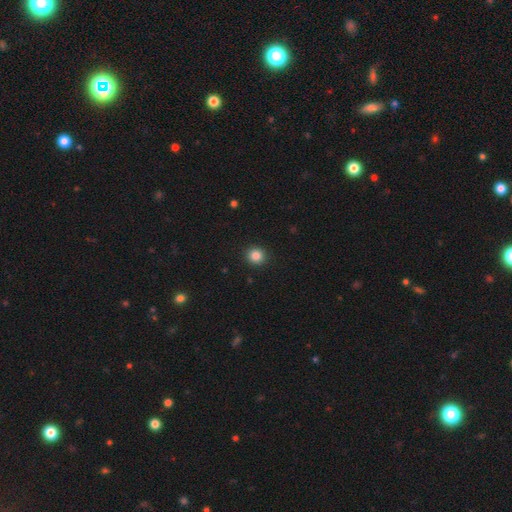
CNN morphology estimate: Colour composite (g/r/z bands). It shows a smooth galaxy with no disk features (85%) that is round (91%). Merging: none (93%).